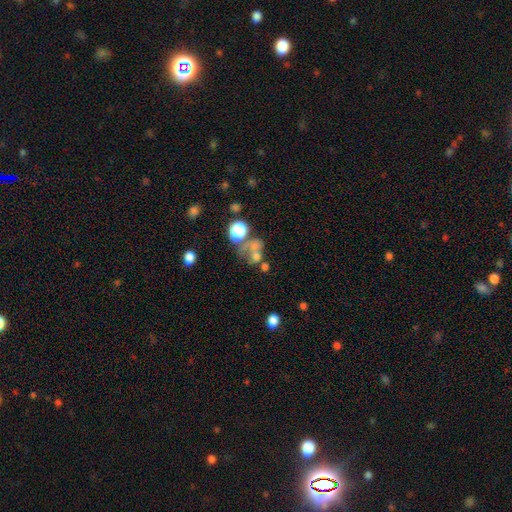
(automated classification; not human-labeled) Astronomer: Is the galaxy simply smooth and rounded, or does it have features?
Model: smooth — 56%.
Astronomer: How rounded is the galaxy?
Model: round — 55% (runner-up: in between, 43%).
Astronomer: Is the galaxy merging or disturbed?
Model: merger — 44% (runner-up: none, 26%).